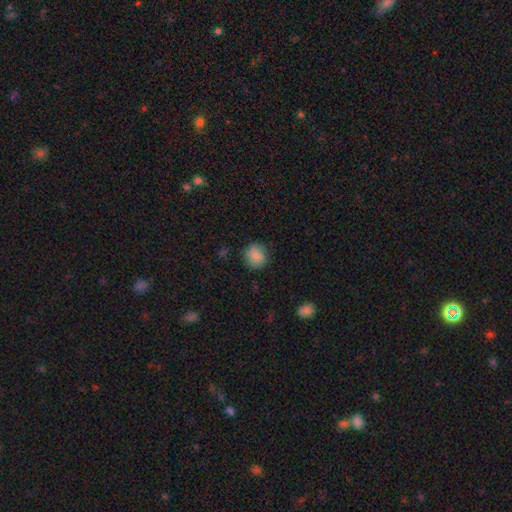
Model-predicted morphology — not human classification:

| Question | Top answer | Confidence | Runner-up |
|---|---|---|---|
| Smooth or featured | smooth | 85% | star or artifact (8%) |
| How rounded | round | 83% | in between (16%) |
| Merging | none | 82% | minor disturbance (14%) |